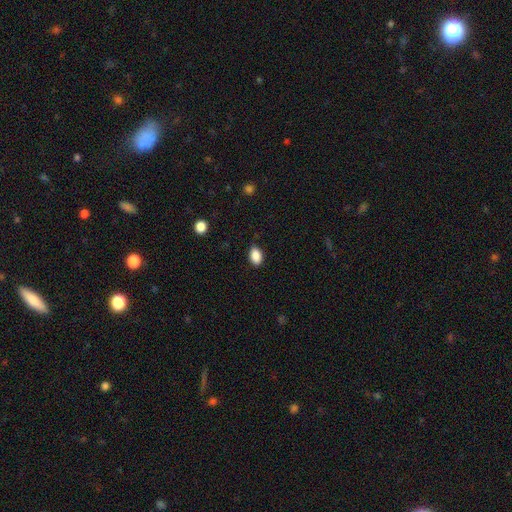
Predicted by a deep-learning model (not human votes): smooth 88%, star or artifact 8%, featured or disk 4%. Down the decision tree: how rounded — in between (87%); merging — none (81%).